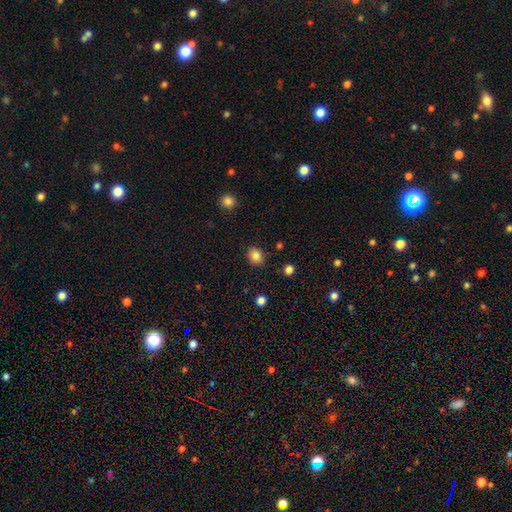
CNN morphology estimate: Smooth or featured?
  - smooth: 85% *
  - star or artifact: 10%
  - featured or disk: 5%
How rounded?
  - round: 57% *
  - in between: 42%
  - cigar-shaped: 1%
Merging?
  - none: 86% *
  - minor disturbance: 9%
  - major disturbance: 3%
  - merger: 2%